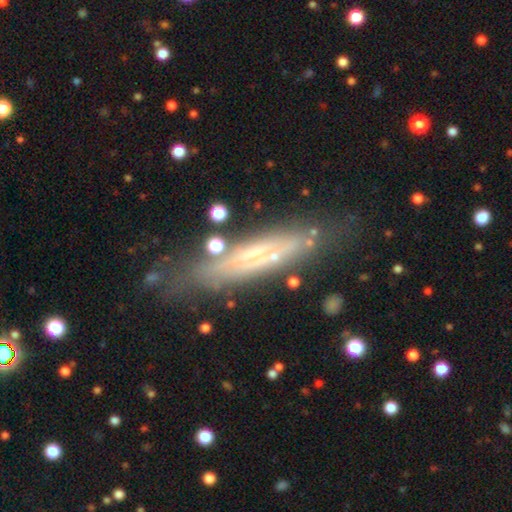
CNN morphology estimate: Smooth or featured?
  - featured or disk: 57% *
  - smooth: 33%
  - star or artifact: 10%
Edge-on disk?
  - yes: 59% *
  - no: 41%
Merging?
  - none: 74% *
  - minor disturbance: 16%
  - major disturbance: 6%
  - merger: 4%